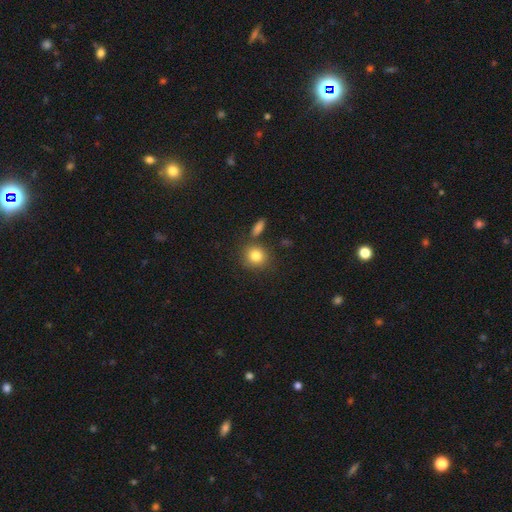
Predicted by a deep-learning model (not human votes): Smooth or featured: smooth — 83% (star or artifact — 9%)
How rounded: round — 82% (in between — 17%)
Merging: none — 75% (minor disturbance — 11%)